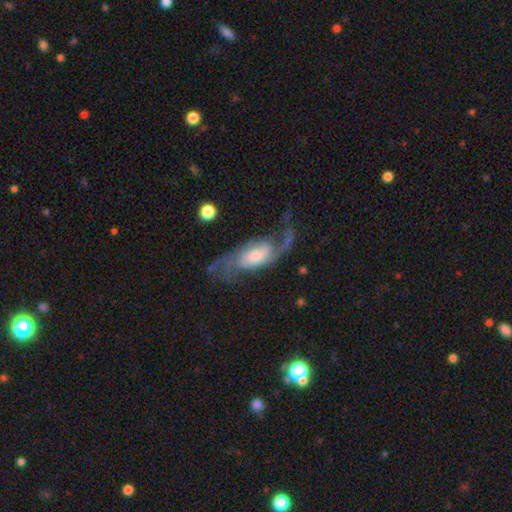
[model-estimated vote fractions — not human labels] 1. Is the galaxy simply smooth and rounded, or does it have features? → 83% featured or disk, 12% smooth, 6% star or artifact.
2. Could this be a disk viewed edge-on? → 92% no, 8% yes.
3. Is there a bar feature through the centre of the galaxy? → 46% no, 42% weak, 12% strong.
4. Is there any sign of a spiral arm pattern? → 95% yes, 5% no.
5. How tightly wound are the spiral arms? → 44% loose, 41% medium, 15% tight.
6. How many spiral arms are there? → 70% 2, 11% can't tell, 8% 3, 6% 1, 3% 4, 3% more than 4.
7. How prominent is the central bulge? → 47% moderate, 23% large, 22% small, 5% none, 2% dominant.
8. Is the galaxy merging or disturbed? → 56% none, 23% major disturbance, 19% minor disturbance, 3% merger.